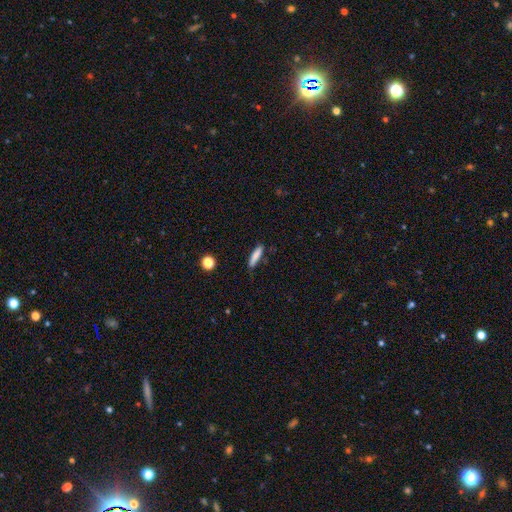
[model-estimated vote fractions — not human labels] Overall: smooth (82%). How rounded: cigar-shaped (82%). Merging: none (79%).